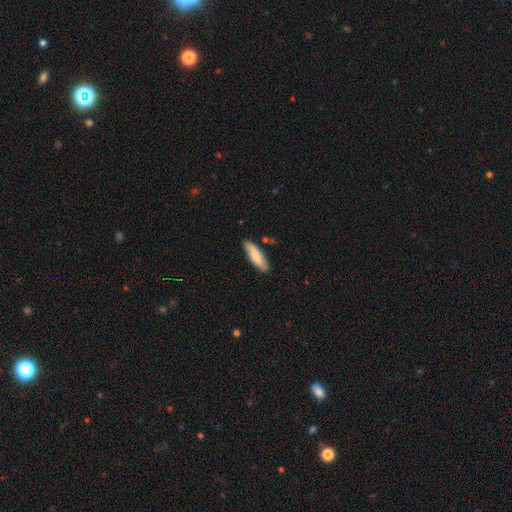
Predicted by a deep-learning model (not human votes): A smooth galaxy with no disk features (72%) that is cigar-shaped (54%). Merging: none (80%).